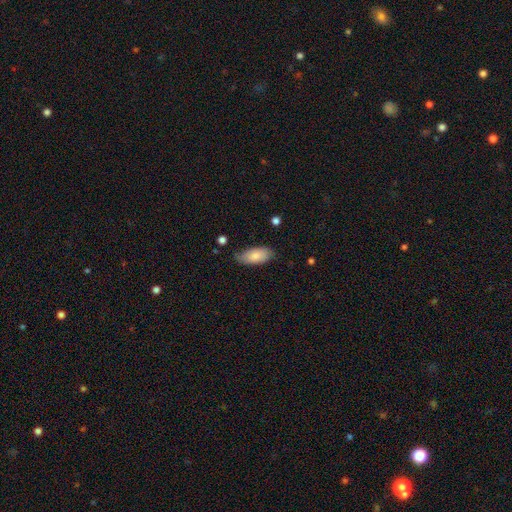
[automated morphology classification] smooth 80%, featured or disk 14%, star or artifact 6%. Down the decision tree: how rounded — in between (90%); merging — none (73%).